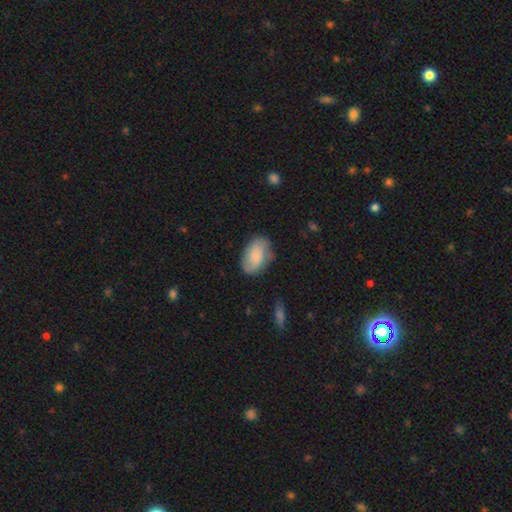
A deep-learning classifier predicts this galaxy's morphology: Smooth or featured? Predicted: smooth (p=0.64). How rounded? Predicted: in between (p=0.89). Merging? Predicted: none (p=0.68).